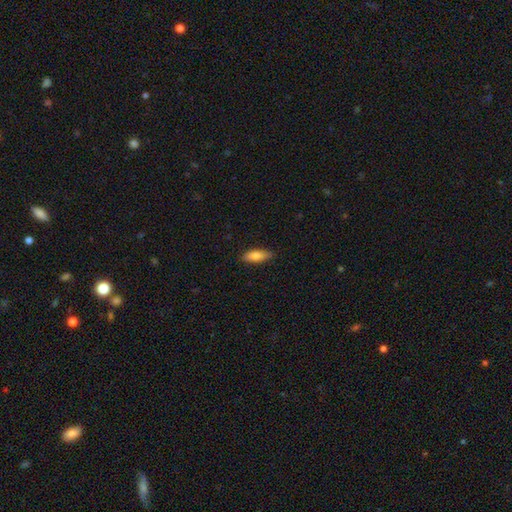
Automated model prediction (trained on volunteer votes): The model was most divided on "how rounded": in between: 62%, cigar-shaped: 36%, round: 2%. More confident: merging — none (86%); smooth or featured — smooth (81%).